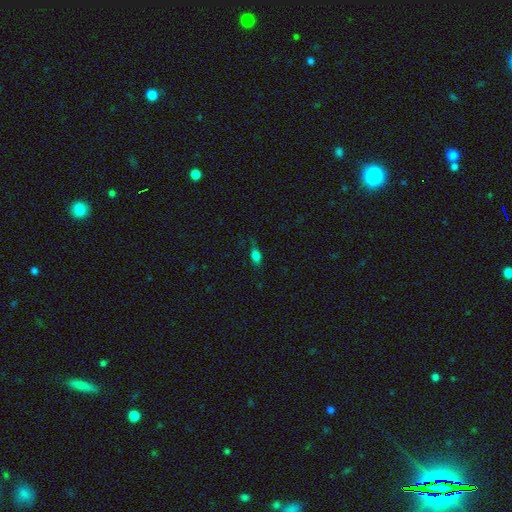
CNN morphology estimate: smooth-or-featured: smooth: 76% | star or artifact: 13% | featured or disk: 11%
  how-rounded: in between: 79% | cigar-shaped: 11% | round: 10%
  merging: none: 65% | minor disturbance: 25% | major disturbance: 8% | merger: 2%